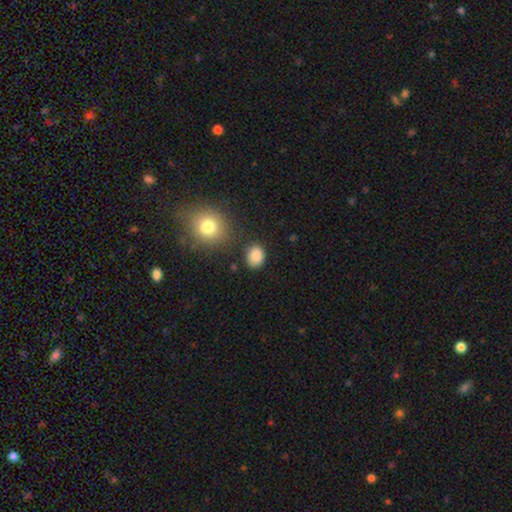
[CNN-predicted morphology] Smooth or featured: smooth — 87% (star or artifact — 9%)
How rounded: in between — 50% (round — 49%)
Merging: none — 81% (minor disturbance — 12%)